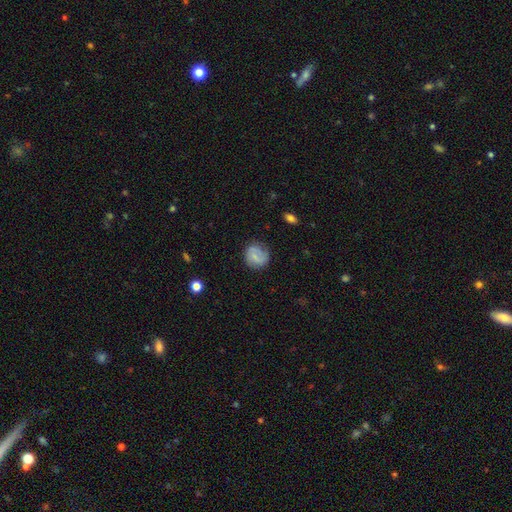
Smooth or featured? smooth (49%)
How rounded? round (79%)
Merging? none (62%)